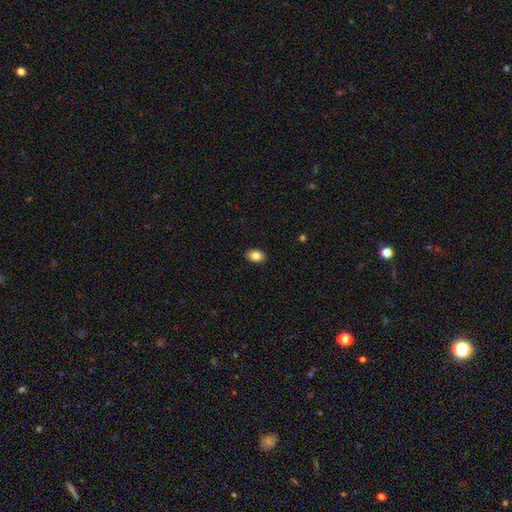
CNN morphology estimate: Q: Smooth or featured?
A: smooth (85%); runner-up: star or artifact (8%)
Q: How rounded?
A: in between (81%); runner-up: round (18%)
Q: Merging?
A: none (90%); runner-up: minor disturbance (8%)